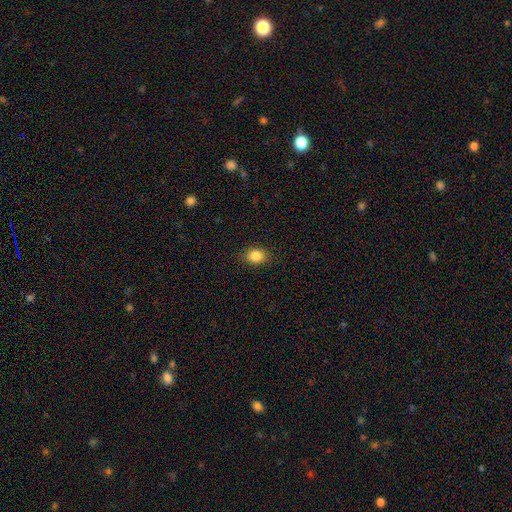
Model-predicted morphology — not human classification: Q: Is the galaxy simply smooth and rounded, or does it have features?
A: smooth — 85%.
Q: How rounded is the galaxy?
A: in between — 56%.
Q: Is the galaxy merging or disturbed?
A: none — 88%.